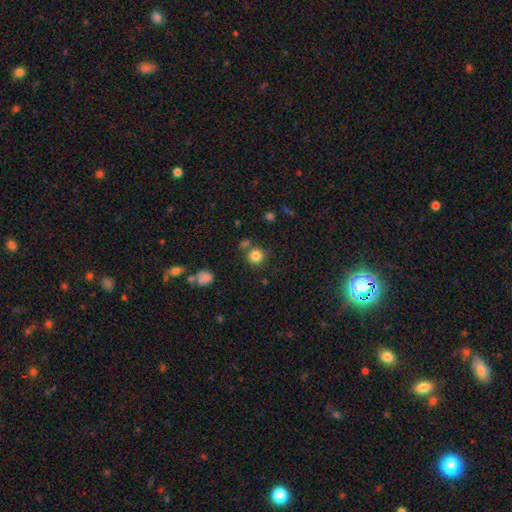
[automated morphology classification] Overall: smooth (83%). How rounded: round (93%). Merging: none (77%).